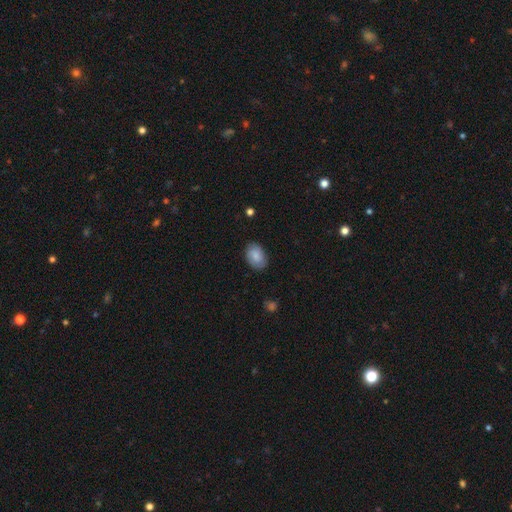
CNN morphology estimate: smooth-or-featured: smooth: 81% | featured or disk: 13% | star or artifact: 7%
  how-rounded: in between: 85% | round: 14% | cigar-shaped: 1%
  merging: none: 82% | minor disturbance: 14% | major disturbance: 3% | merger: 1%